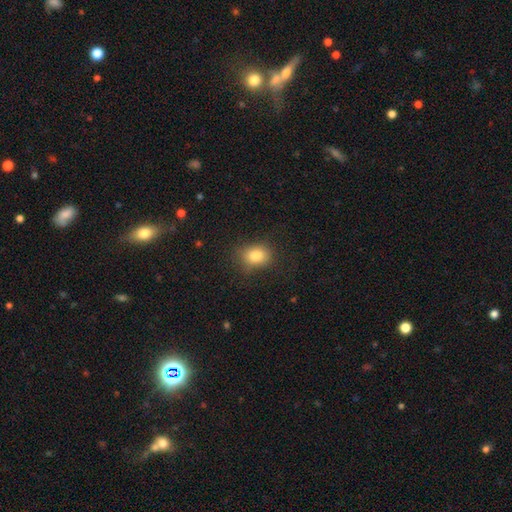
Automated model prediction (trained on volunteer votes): This appears to be a smooth galaxy with no disk features (83%) that is in between round and cigar-shaped (54%). Merging: none (76%).